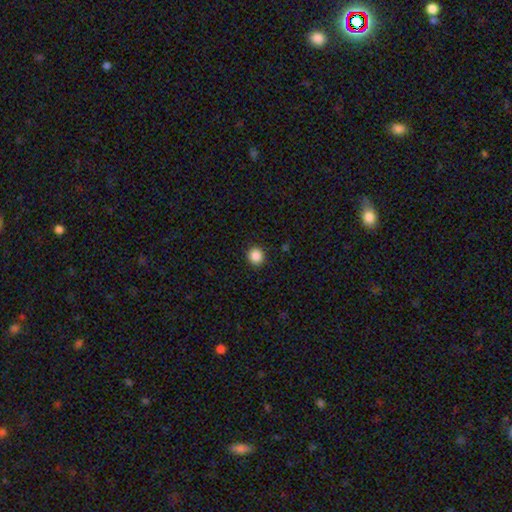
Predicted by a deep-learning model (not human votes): Smooth or featured: smooth — 87% (star or artifact — 10%)
How rounded: round — 89% (in between — 10%)
Merging: none — 91% (minor disturbance — 6%)